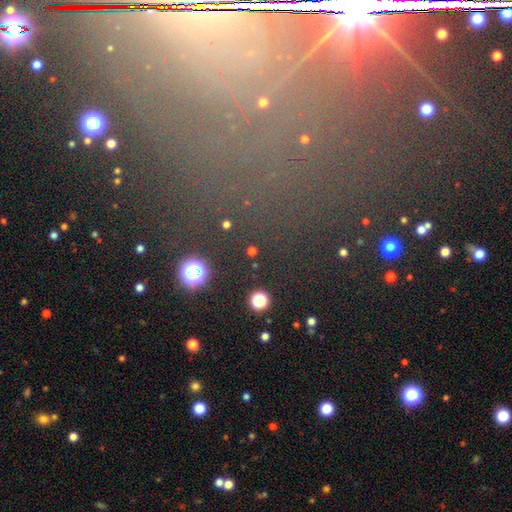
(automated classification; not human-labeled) smooth-or-featured: star or artifact: 71% | smooth: 16% | featured or disk: 13%